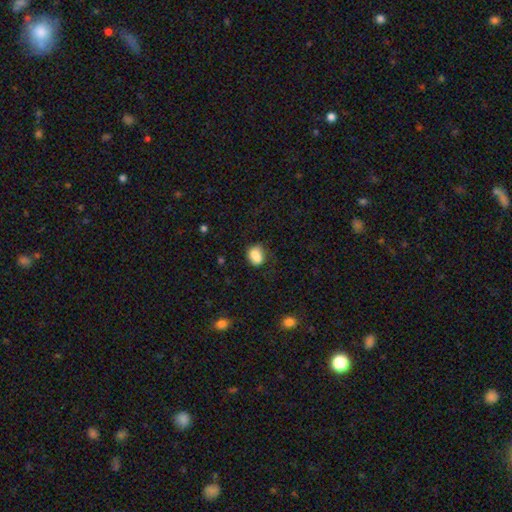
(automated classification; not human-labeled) smooth-or-featured: smooth: 79% | featured or disk: 12% | star or artifact: 10%
  how-rounded: in between: 56% | round: 43% | cigar-shaped: 1%
  merging: none: 47% | minor disturbance: 27% | merger: 13% | major disturbance: 12%